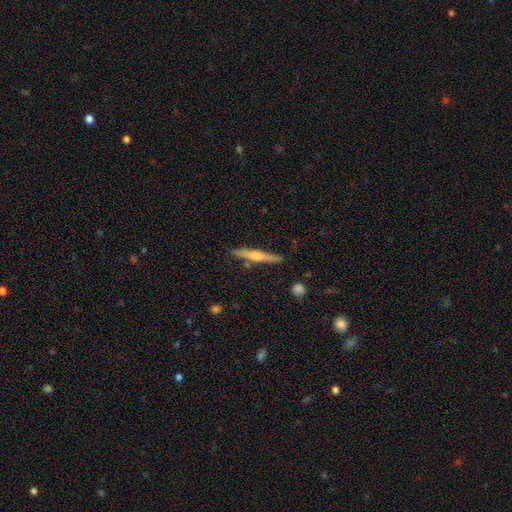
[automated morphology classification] A featured or disk galaxy (59%) viewed edge-on (97%) with a rounded central bulge (69%). Merging: none (87%).